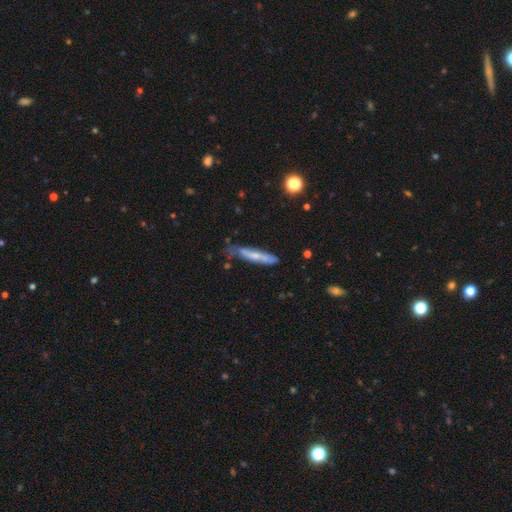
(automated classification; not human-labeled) smooth 53%, featured or disk 41%, star or artifact 6%. Down the decision tree: how rounded — cigar-shaped (89%); merging — none (58%).